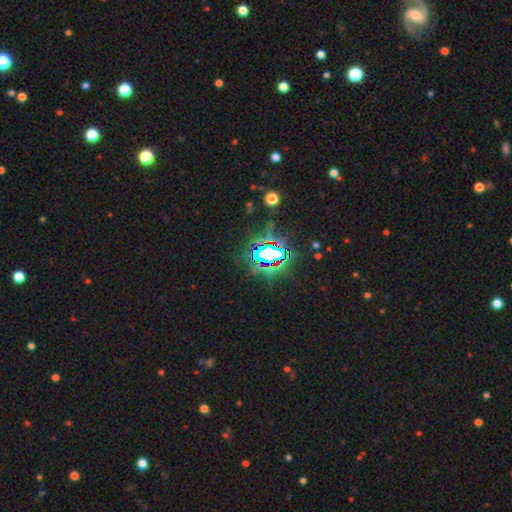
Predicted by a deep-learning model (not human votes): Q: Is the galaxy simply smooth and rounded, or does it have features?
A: star or artifact — 82%.